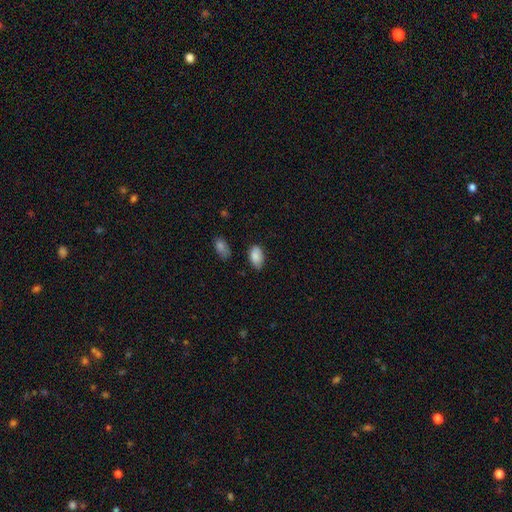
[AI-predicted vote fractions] Smooth or featured?
  - smooth: 86% *
  - star or artifact: 7%
  - featured or disk: 7%
How rounded?
  - in between: 93% *
  - round: 5%
  - cigar-shaped: 2%
Merging?
  - none: 73% *
  - minor disturbance: 21%
  - major disturbance: 4%
  - merger: 2%